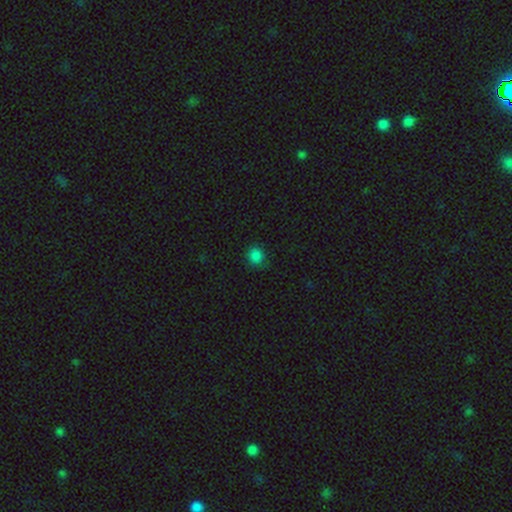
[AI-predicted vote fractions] smooth 83%, star or artifact 14%, featured or disk 3%. Down the decision tree: how rounded — round (87%); merging — none (84%).